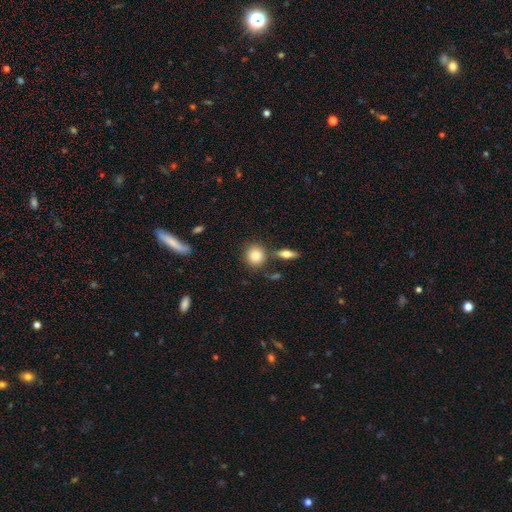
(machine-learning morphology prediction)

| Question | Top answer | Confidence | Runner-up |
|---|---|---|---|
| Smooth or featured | smooth | 85% | star or artifact (8%) |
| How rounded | round | 82% | in between (16%) |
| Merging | none | 75% | merger (11%) |